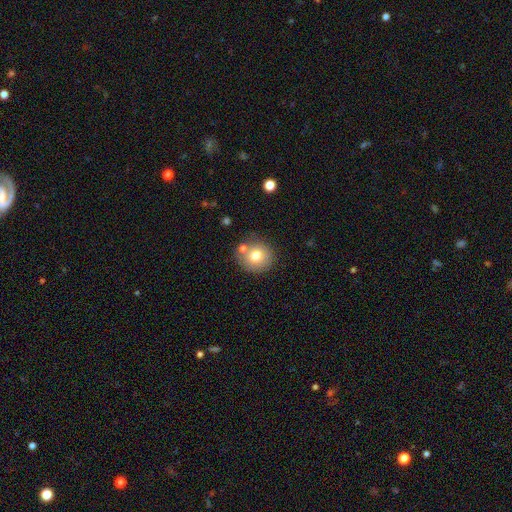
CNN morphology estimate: Smooth or featured?
  - smooth: 75% *
  - featured or disk: 14%
  - star or artifact: 11%
How rounded?
  - round: 90% *
  - in between: 9%
  - cigar-shaped: 1%
Merging?
  - none: 72% *
  - merger: 13%
  - minor disturbance: 11%
  - major disturbance: 4%